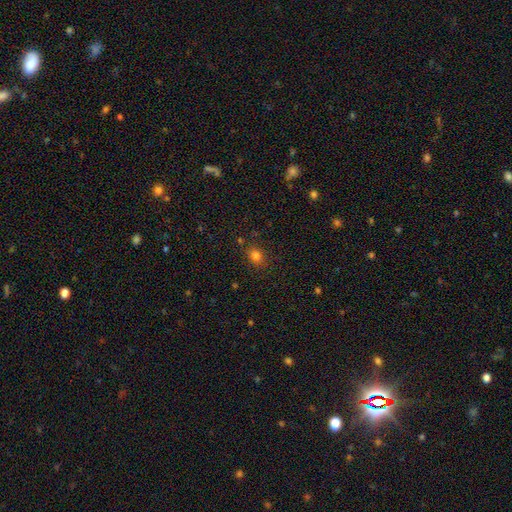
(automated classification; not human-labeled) smooth_or_featured: smooth (p=0.80) [alt: star or artifact p=0.15]
how_rounded: round (p=0.53) [alt: in between p=0.46]
merging: none (p=0.84) [alt: minor disturbance p=0.11]